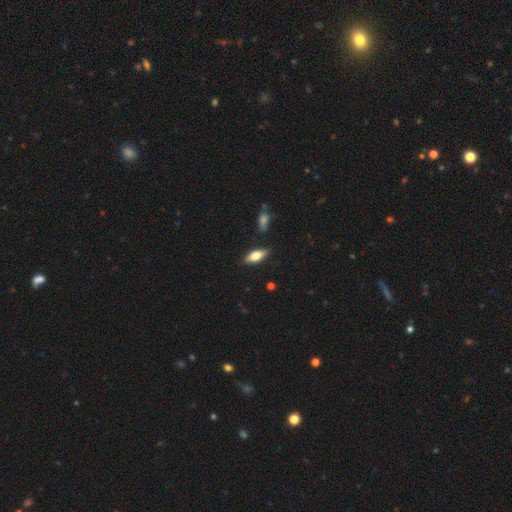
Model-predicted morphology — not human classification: Overall: smooth (63%; featured or disk 30%). How rounded: in between (74%). Merging: none (85%).